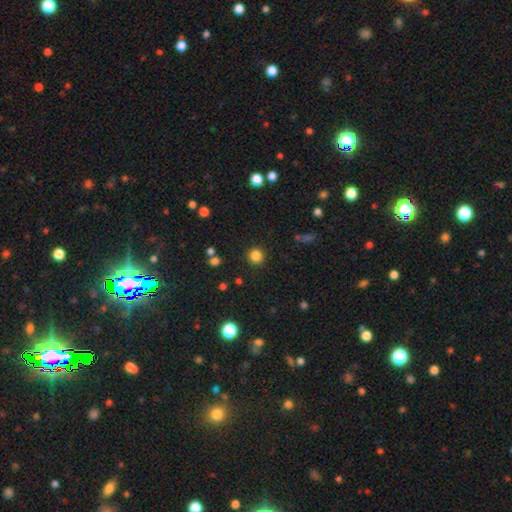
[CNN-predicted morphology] Smooth or featured: smooth — 83% (star or artifact — 13%)
How rounded: round — 93% (in between — 6%)
Merging: none — 90% (minor disturbance — 5%)